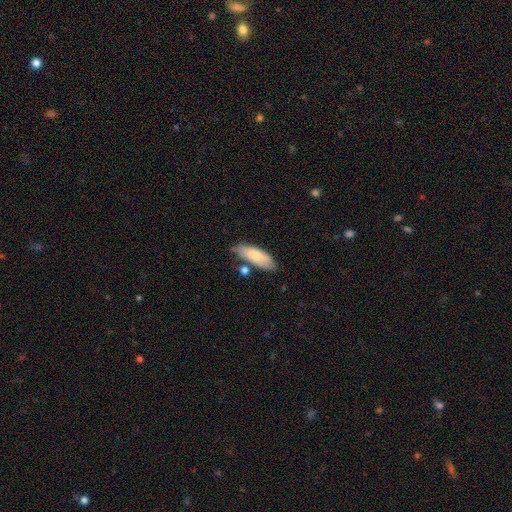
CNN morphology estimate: smooth 75%, featured or disk 19%, star or artifact 6%. Down the decision tree: how rounded — in between (70%); merging — none (68%).